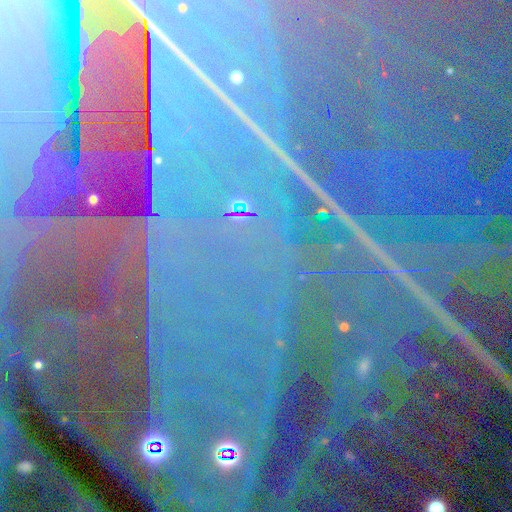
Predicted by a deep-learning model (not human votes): star or artifact 89%, featured or disk 6%, smooth 4%.